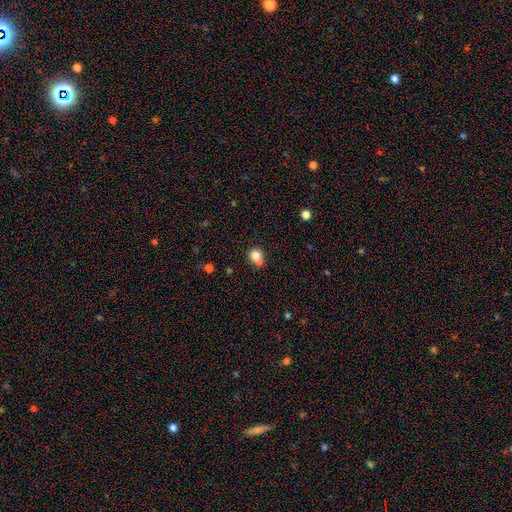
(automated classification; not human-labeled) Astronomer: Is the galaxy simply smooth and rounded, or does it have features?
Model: smooth — 79%.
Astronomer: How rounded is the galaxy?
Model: round — 85%.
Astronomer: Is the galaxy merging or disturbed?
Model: none — 51% (runner-up: merger, 34%).